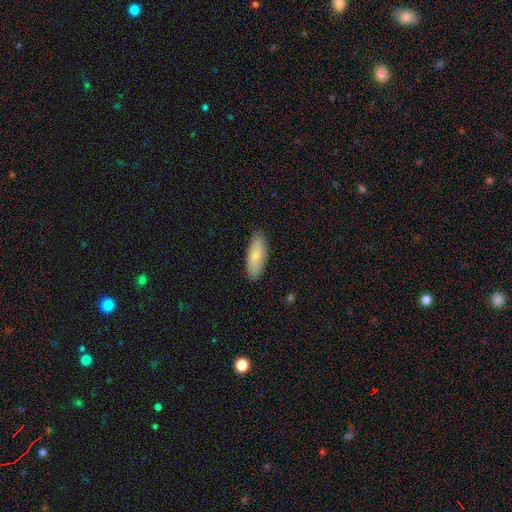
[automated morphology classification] smooth 83%, featured or disk 11%, star or artifact 6%. Down the decision tree: how rounded — in between (71%); merging — none (88%).